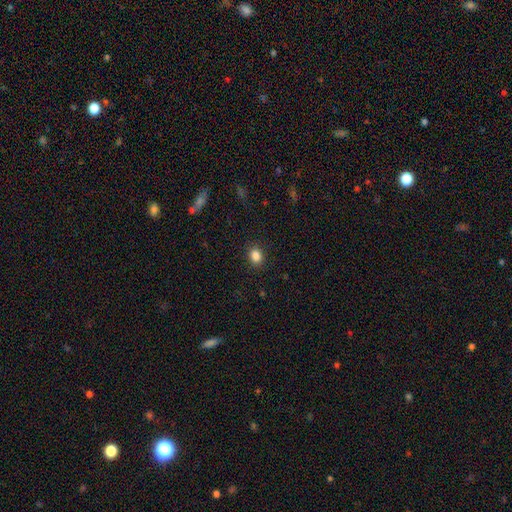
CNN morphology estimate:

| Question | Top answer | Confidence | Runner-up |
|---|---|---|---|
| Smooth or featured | smooth | 86% | star or artifact (10%) |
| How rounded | in between | 53% | round (46%) |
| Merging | none | 88% | minor disturbance (8%) |